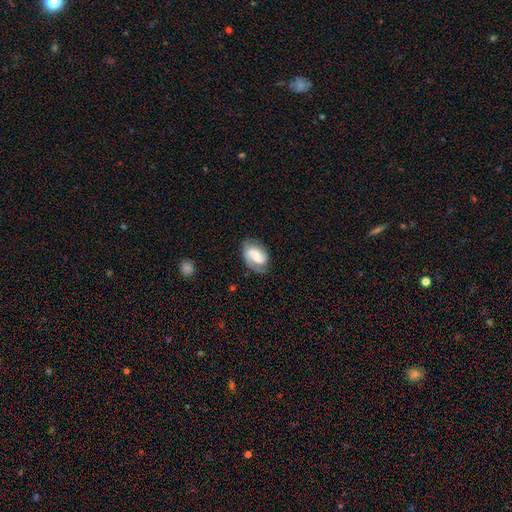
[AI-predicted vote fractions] This is likely a featured or disk galaxy (68%). It is clearly not viewed edge-on (97%). Bar: marginally weak (43%). Spiral arm pattern: clearly yes (91%). Spiral arm count: likely 2 (62%). Spiral winding: marginally medium (43%). Central bulge: marginally small (41%). Merging: likely none (65%).